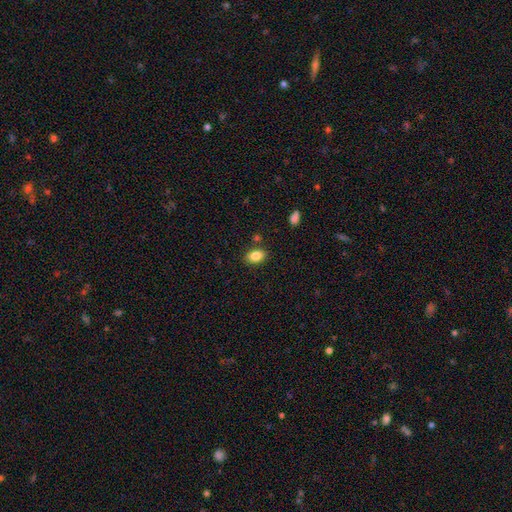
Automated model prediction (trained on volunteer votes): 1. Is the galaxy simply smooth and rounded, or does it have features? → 85% smooth, 9% star or artifact, 7% featured or disk.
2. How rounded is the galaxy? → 85% in between, 14% round, 2% cigar-shaped.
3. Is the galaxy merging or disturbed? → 83% none, 10% minor disturbance, 4% merger, 3% major disturbance.